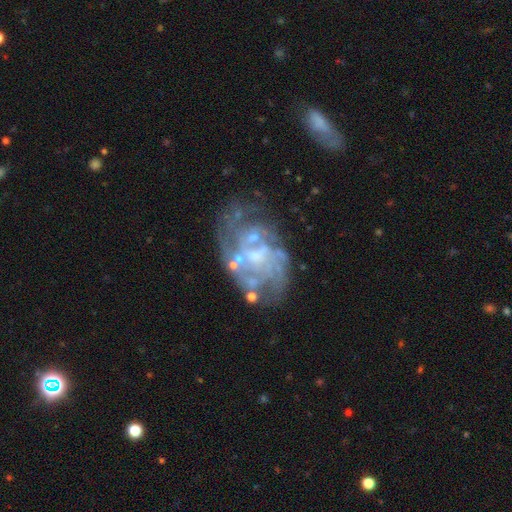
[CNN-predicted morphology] smooth_or_featured: featured or disk (p=0.82) [alt: smooth p=0.10]
disk_edge_on: no (p=0.97) [alt: yes p=0.03]
bar: no (p=0.63) [alt: weak p=0.31]
has_spiral_arms: yes (p=0.77) [alt: no p=0.23]
spiral_winding: tight (p=0.49) [alt: medium p=0.36]
spiral_arm_count: can't tell (p=0.48) [alt: 3 p=0.15]
bulge_size: small (p=0.36) [alt: none p=0.30]
merging: none (p=0.53) [alt: minor disturbance p=0.21]